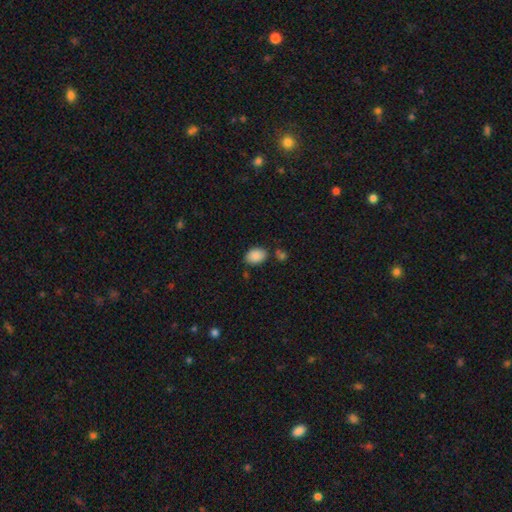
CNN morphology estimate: Q: Smooth or featured?
A: smooth (88%); runner-up: star or artifact (8%)
Q: How rounded?
A: in between (84%); runner-up: round (15%)
Q: Merging?
A: none (74%); runner-up: minor disturbance (15%)